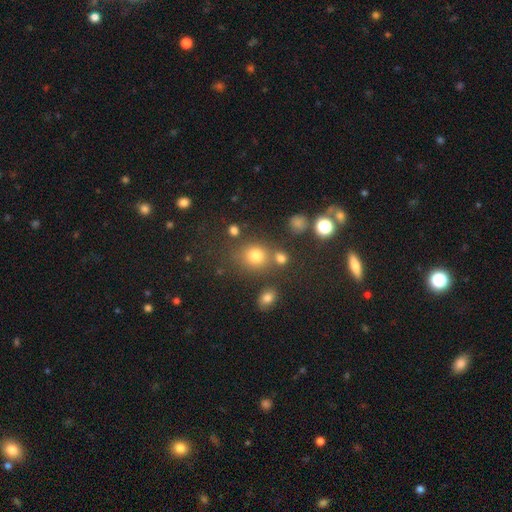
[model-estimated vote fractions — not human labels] smooth 75%, star or artifact 17%, featured or disk 8%. Down the decision tree: how rounded — round (80%); merging — none (68%).